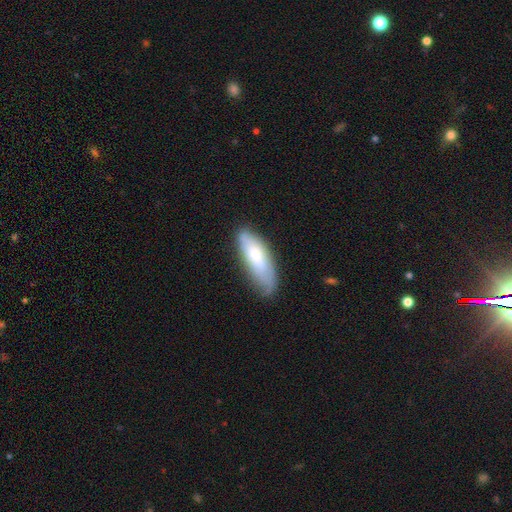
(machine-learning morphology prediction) smooth 64%, featured or disk 30%, star or artifact 6%. Down the decision tree: how rounded — in between (60%); merging — none (60%).